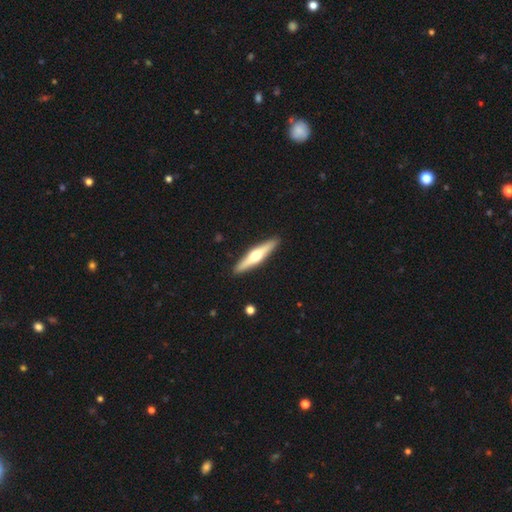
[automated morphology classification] Smooth or featured?
  - featured or disk: 61% *
  - smooth: 35%
  - star or artifact: 5%
Edge-on disk?
  - yes: 96% *
  - no: 4%
Edge-on bulge?
  - rounded: 94% *
  - none: 4%
  - boxy: 3%
Merging?
  - none: 92% *
  - minor disturbance: 6%
  - major disturbance: 1%
  - merger: 1%